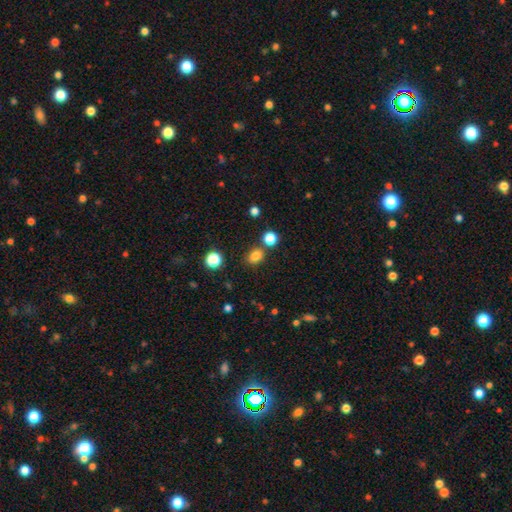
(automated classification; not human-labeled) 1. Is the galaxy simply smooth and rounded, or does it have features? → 80% smooth, 15% star or artifact, 5% featured or disk.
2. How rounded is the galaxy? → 54% in between, 45% round, 1% cigar-shaped.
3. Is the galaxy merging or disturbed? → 76% none, 11% minor disturbance, 10% merger, 3% major disturbance.